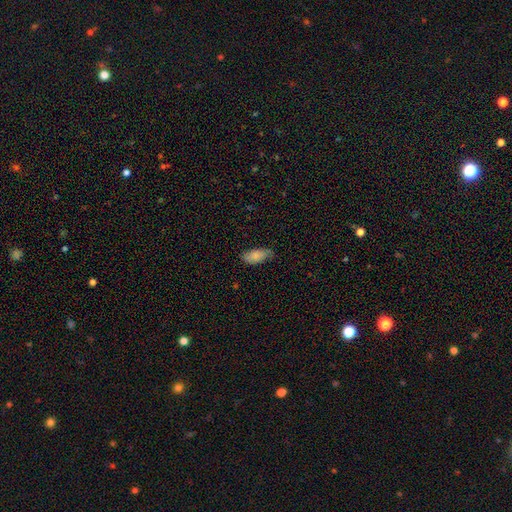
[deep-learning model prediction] A smooth galaxy with no disk features (82%) that is in between round and cigar-shaped (91%). Merging: none (68%).